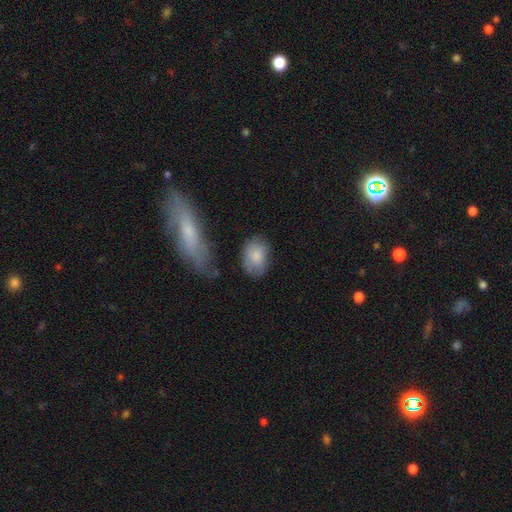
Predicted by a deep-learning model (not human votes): Morphology: type=smooth (80%); roundness=in between (84%); merging=none (64%).